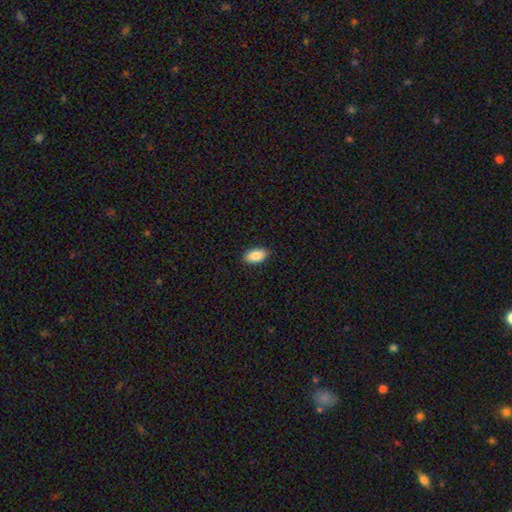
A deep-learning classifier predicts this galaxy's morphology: This appears to be a smooth galaxy with no disk features (89%) that is in between round and cigar-shaped (94%). Merging: none (89%).